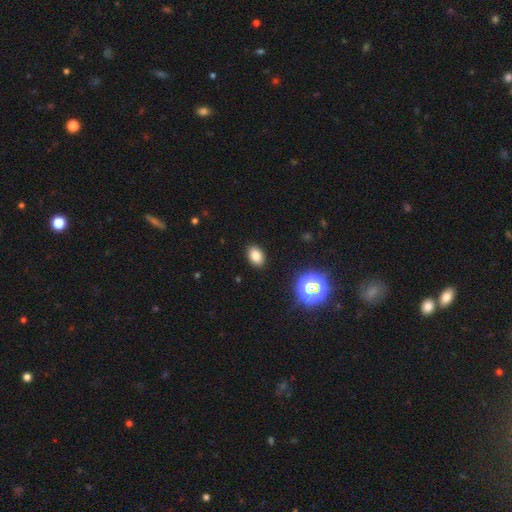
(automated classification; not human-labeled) A smooth galaxy with no disk features (80%) that is in between round and cigar-shaped (83%).

Vote fractions:
- Smooth or featured? smooth: 80% / star or artifact: 14% / featured or disk: 6%
- How rounded? in between: 83% / round: 16% / cigar-shaped: 1%
- Merging? none: 90% / minor disturbance: 7% / major disturbance: 2% / merger: 1%